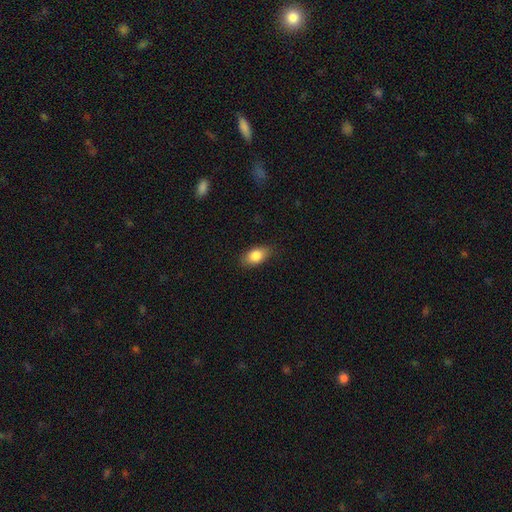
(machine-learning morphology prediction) Q: Smooth or featured?
A: smooth (84%); runner-up: featured or disk (9%)
Q: How rounded?
A: in between (89%); runner-up: round (8%)
Q: Merging?
A: none (84%); runner-up: minor disturbance (13%)